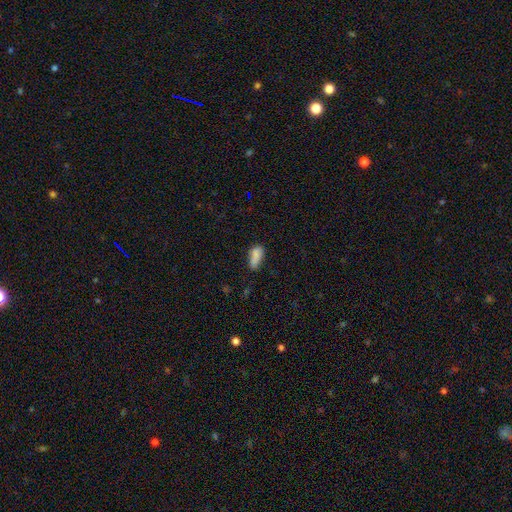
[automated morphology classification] smooth-or-featured: smooth: 79% | featured or disk: 12% | star or artifact: 9%
  how-rounded: in between: 83% | cigar-shaped: 13% | round: 4%
  merging: none: 44% | minor disturbance: 27% | merger: 19% | major disturbance: 10%